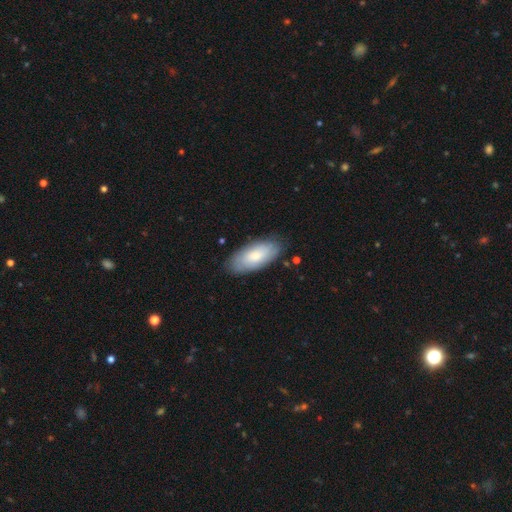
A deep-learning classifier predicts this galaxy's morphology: smooth_or_featured: smooth (p=0.67) [alt: featured or disk p=0.27]
how_rounded: in between (p=0.90) [alt: cigar-shaped p=0.08]
merging: none (p=0.82) [alt: minor disturbance p=0.14]